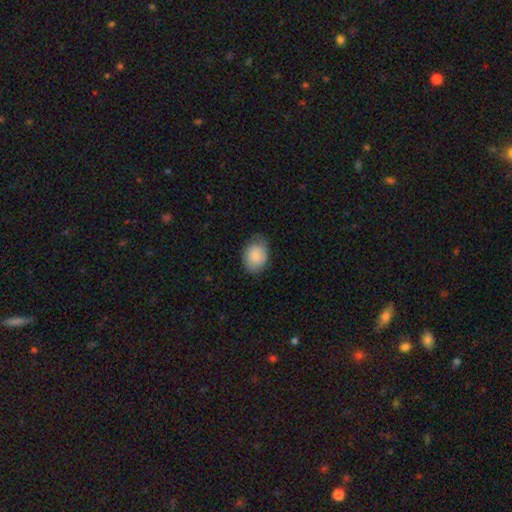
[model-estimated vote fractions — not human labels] smooth-or-featured: smooth: 79% | featured or disk: 15% | star or artifact: 7%
  how-rounded: in between: 69% | round: 30% | cigar-shaped: 1%
  merging: none: 68% | minor disturbance: 24% | major disturbance: 7% | merger: 1%